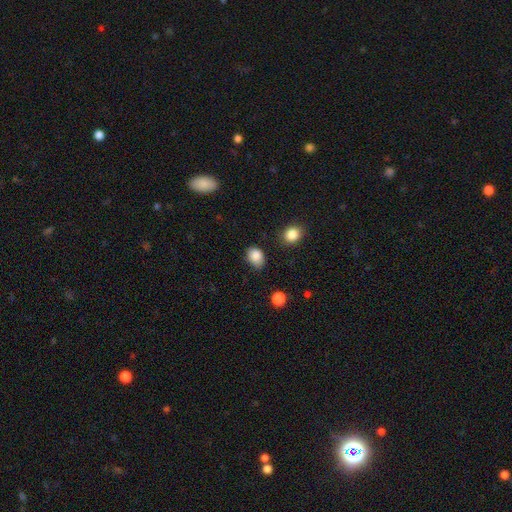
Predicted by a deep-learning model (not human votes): smooth-or-featured: smooth: 86% | star or artifact: 9% | featured or disk: 4%
  how-rounded: in between: 63% | round: 36% | cigar-shaped: 1%
  merging: none: 67% | minor disturbance: 26% | major disturbance: 5% | merger: 3%